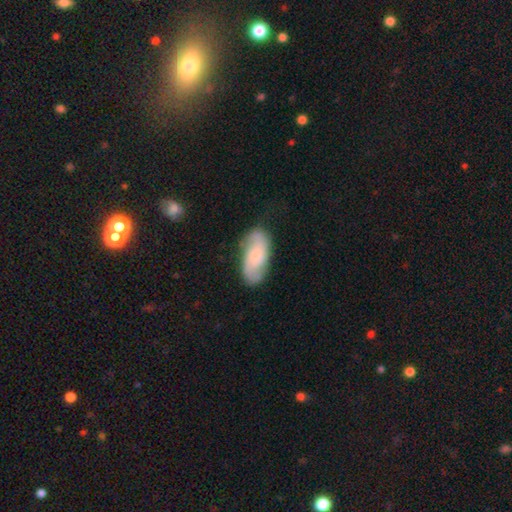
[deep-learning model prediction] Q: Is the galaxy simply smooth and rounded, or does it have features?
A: featured or disk — 60%.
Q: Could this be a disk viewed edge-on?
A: no — 94%.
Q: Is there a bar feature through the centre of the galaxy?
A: no — 63%.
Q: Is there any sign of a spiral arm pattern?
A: yes — 90%.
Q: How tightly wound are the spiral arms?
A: medium — 43%.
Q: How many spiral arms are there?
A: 2 — 82%.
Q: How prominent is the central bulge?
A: small — 62%.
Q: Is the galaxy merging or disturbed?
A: none — 76%.